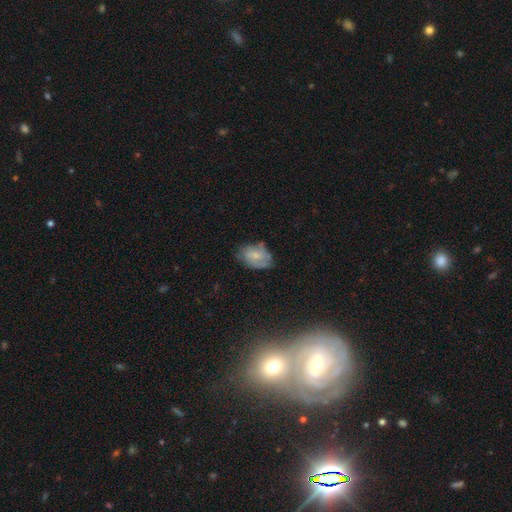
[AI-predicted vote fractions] The model was most divided on "merging": none: 53%, minor disturbance: 33%, major disturbance: 11%, merger: 3%. More confident: how rounded — in between (83%); smooth or featured — smooth (58%).